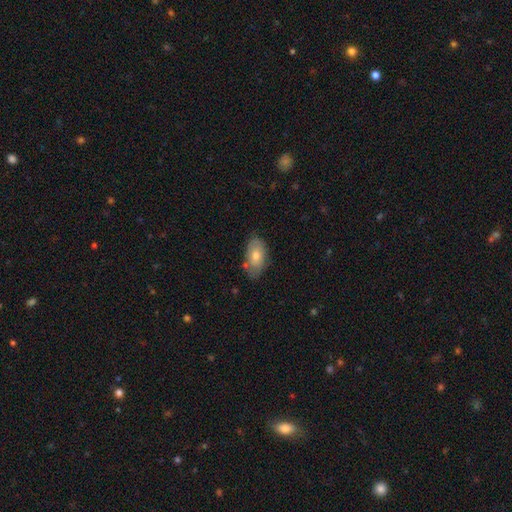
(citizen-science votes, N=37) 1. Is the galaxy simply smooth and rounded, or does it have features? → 73% smooth, 22% featured or disk, 5% star or artifact.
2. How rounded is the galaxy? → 100% in between, 0% round, 0% cigar-shaped.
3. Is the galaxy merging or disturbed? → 83% none, 11% minor disturbance, 6% merger, 0% major disturbance.